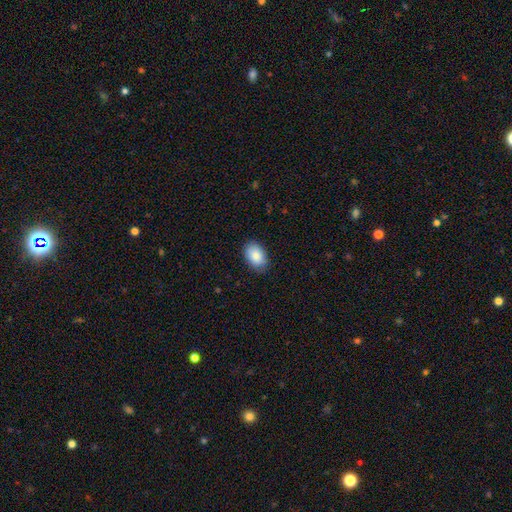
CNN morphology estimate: Q: Smooth or featured?
A: smooth (87%); runner-up: featured or disk (7%)
Q: How rounded?
A: in between (89%); runner-up: round (10%)
Q: Merging?
A: none (85%); runner-up: minor disturbance (12%)